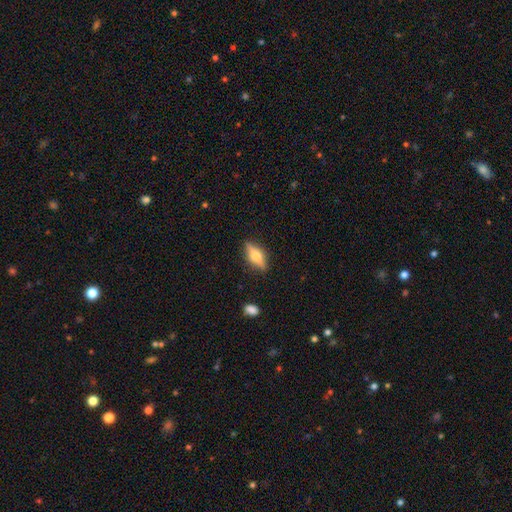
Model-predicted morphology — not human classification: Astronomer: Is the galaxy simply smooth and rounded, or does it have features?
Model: featured or disk — 50% (runner-up: smooth, 43%).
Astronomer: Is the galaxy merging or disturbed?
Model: none — 85%.